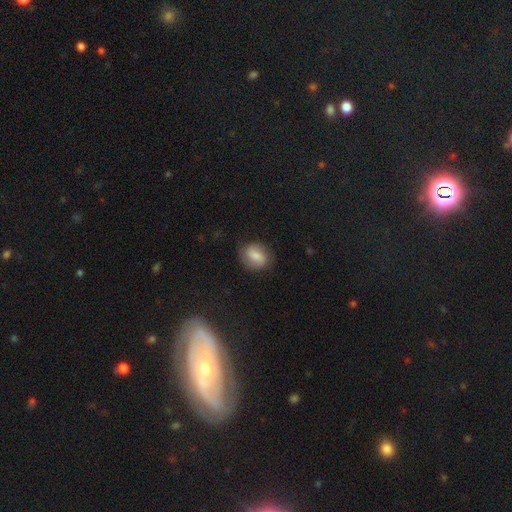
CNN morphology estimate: smooth_or_featured: smooth (p=0.61) [alt: featured or disk p=0.31]
how_rounded: round (p=0.51) [alt: in between p=0.47]
merging: none (p=0.77) [alt: minor disturbance p=0.16]